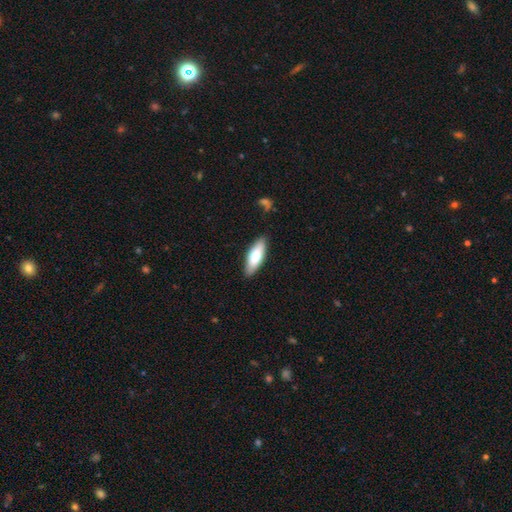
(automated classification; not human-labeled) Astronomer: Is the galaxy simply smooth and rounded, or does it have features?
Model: smooth — 68%.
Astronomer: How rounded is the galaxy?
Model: in between — 59% (runner-up: cigar-shaped, 39%).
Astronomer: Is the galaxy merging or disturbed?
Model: none — 86%.